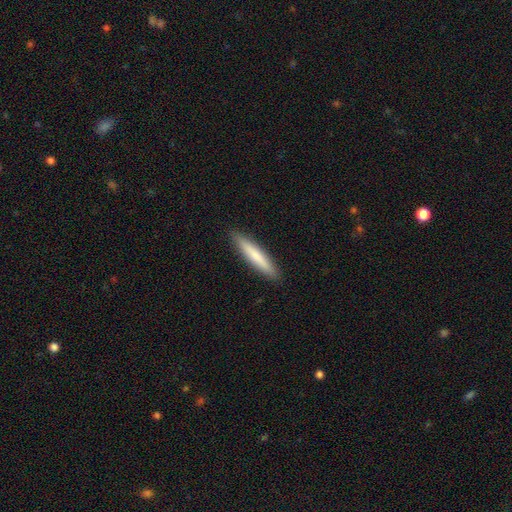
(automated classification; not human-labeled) smooth-or-featured: smooth: 74% | featured or disk: 21% | star or artifact: 5%
  how-rounded: cigar-shaped: 92% | in between: 7% | round: 1%
  merging: none: 91% | minor disturbance: 6% | major disturbance: 1% | merger: 1%